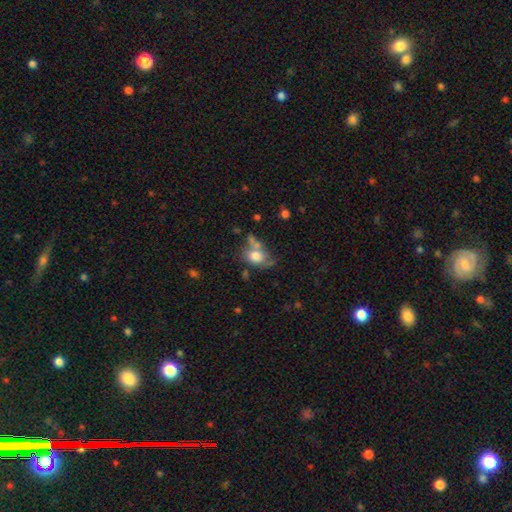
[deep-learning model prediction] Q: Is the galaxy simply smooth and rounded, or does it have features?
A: smooth — 74%.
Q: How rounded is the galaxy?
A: in between — 67%.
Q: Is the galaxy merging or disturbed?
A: none — 42%.